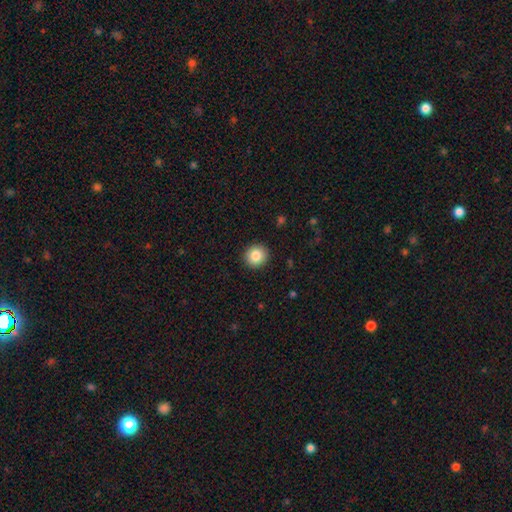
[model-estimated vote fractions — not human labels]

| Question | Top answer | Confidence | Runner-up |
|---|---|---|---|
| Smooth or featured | smooth | 85% | star or artifact (9%) |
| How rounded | round | 89% | in between (10%) |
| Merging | none | 91% | minor disturbance (6%) |